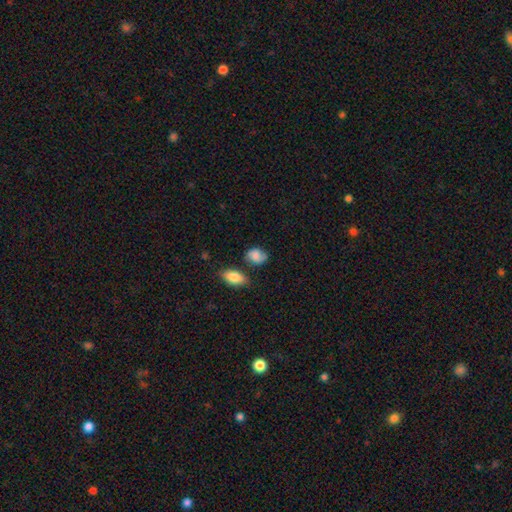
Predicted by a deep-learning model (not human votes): Smooth or featured? smooth (71%)
How rounded? in between (64%)
Merging? none (58%)